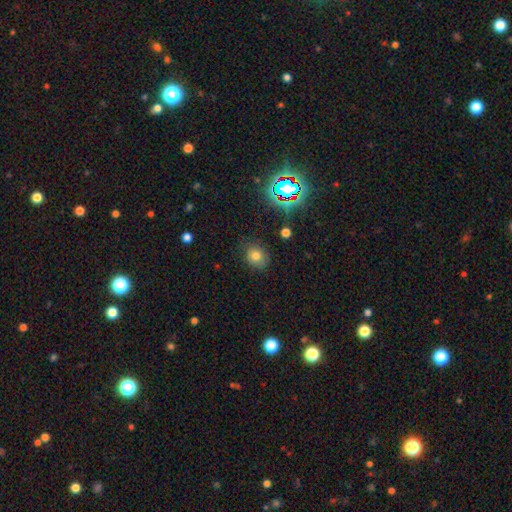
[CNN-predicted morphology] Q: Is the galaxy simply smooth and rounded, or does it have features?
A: smooth — 73%.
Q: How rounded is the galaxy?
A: round — 69%.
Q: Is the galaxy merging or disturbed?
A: none — 81%.